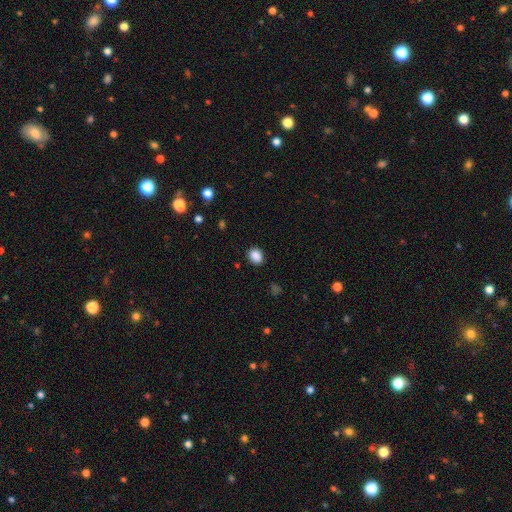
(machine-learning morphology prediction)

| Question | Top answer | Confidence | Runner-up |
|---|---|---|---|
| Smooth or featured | smooth | 88% | star or artifact (9%) |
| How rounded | in between | 54% | round (45%) |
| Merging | none | 88% | minor disturbance (8%) |